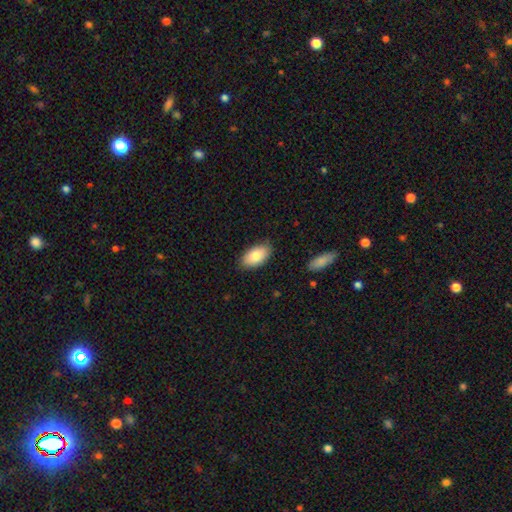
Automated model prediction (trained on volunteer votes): Smooth or featured: smooth — 84% (featured or disk — 10%)
How rounded: in between — 95% (round — 4%)
Merging: none — 84% (minor disturbance — 12%)